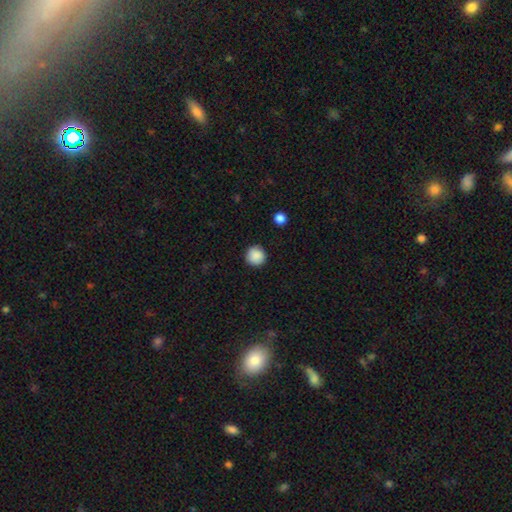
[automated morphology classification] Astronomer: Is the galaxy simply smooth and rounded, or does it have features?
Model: smooth — 88%.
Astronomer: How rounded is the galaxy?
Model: round — 95%.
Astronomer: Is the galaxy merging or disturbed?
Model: none — 90%.